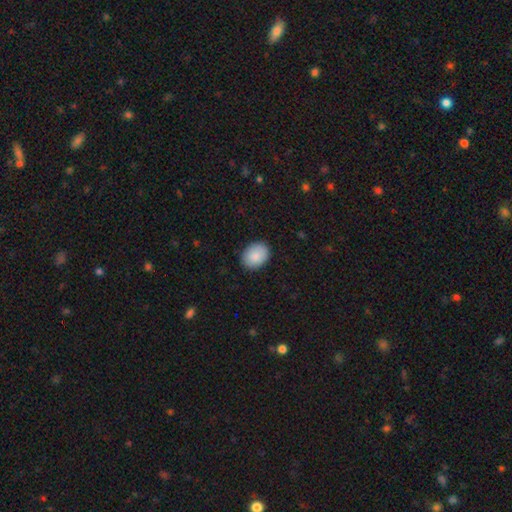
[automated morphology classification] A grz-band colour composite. It shows a smooth galaxy with no disk features (88%) that is in between round and cigar-shaped (65%). Merging: none (88%).